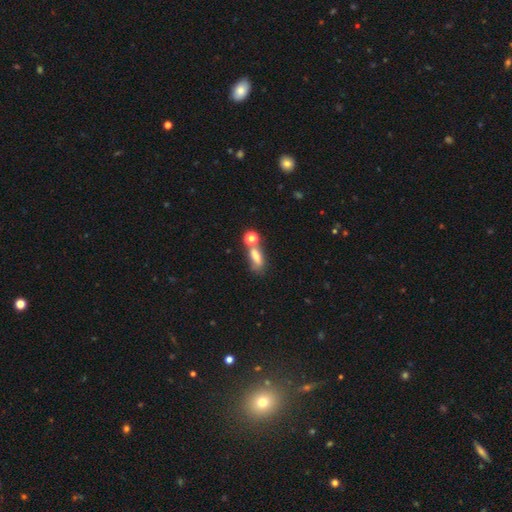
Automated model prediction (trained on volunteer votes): Smooth or featured? Predicted: smooth (p=0.68). How rounded? Predicted: in between (p=0.61). Merging? Predicted: none (p=0.38).